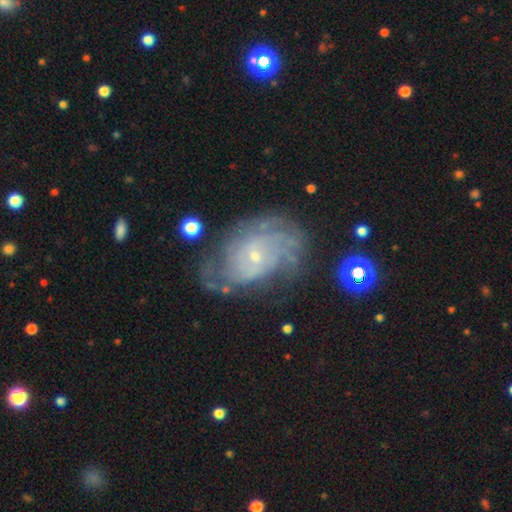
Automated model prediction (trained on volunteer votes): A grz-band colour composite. It shows a featured or disk galaxy (82%) with no bar (73%), tight (58%) spiral arms (93%) and a small central bulge (82%). Merging: none (64%).